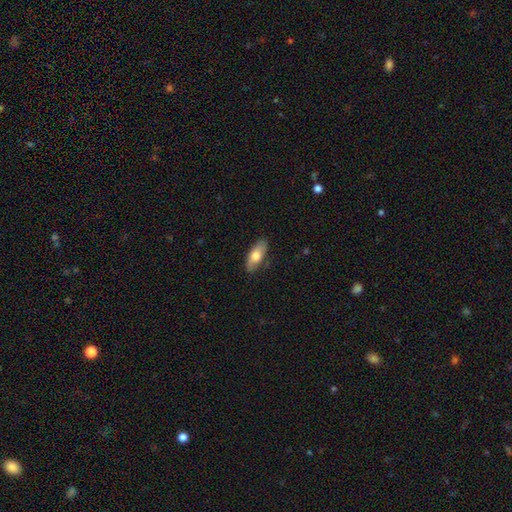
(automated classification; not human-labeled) smooth-or-featured: smooth: 70% | featured or disk: 24% | star or artifact: 6%
  how-rounded: in between: 80% | cigar-shaped: 17% | round: 3%
  merging: none: 82% | minor disturbance: 14% | major disturbance: 3% | merger: 1%